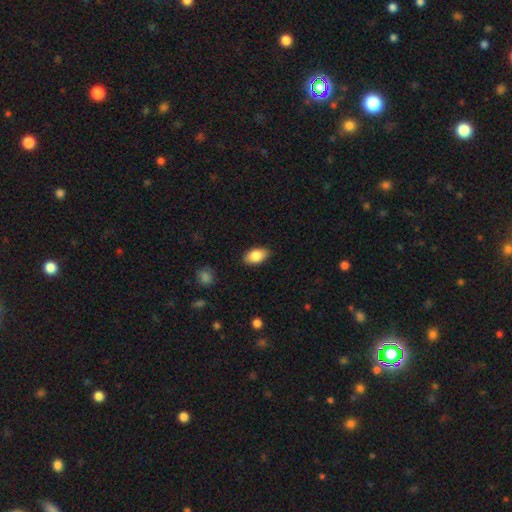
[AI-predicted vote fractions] Q: Smooth or featured?
A: smooth (85%); runner-up: featured or disk (7%)
Q: How rounded?
A: in between (92%); runner-up: round (6%)
Q: Merging?
A: none (86%); runner-up: minor disturbance (11%)